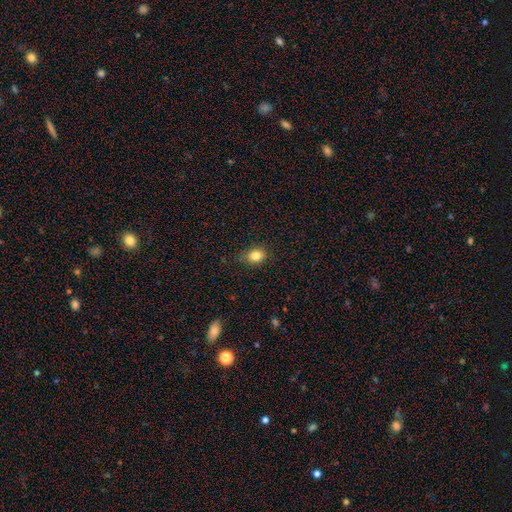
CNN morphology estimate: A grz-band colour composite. It shows a smooth galaxy with no disk features (83%) that is in between round and cigar-shaped (53%). Merging: none (79%).